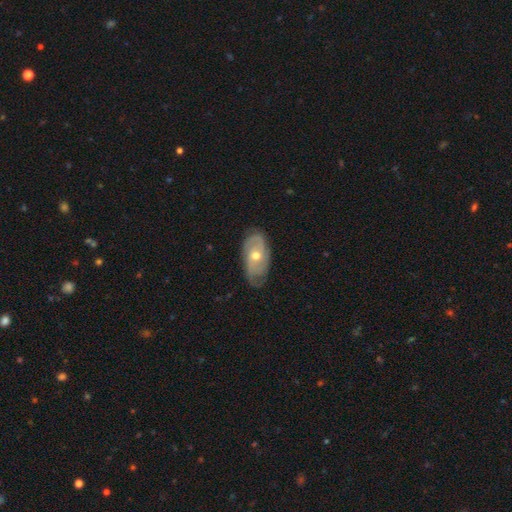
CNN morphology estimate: This is likely a featured or disk galaxy (73%). It is clearly not viewed edge-on (92%). Bar: likely no (72%). Spiral arm pattern: clearly yes (85%). Spiral arm count: marginally 2 (43%). Spiral winding: possibly tight (53%). Central bulge: likely moderate (73%). Merging: likely none (68%).